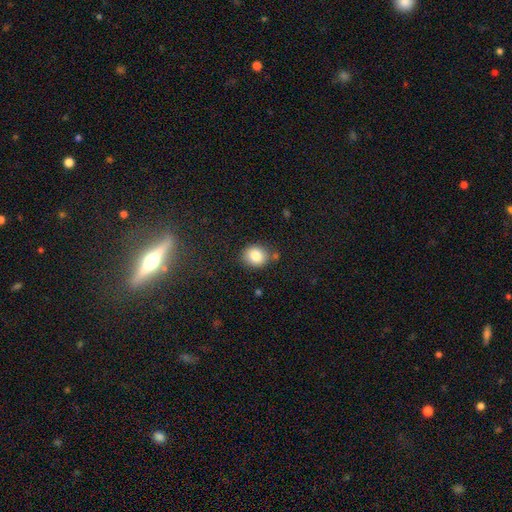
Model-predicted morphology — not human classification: Smooth or featured: smooth — 83% (star or artifact — 10%)
How rounded: round — 71% (in between — 28%)
Merging: none — 81% (minor disturbance — 11%)